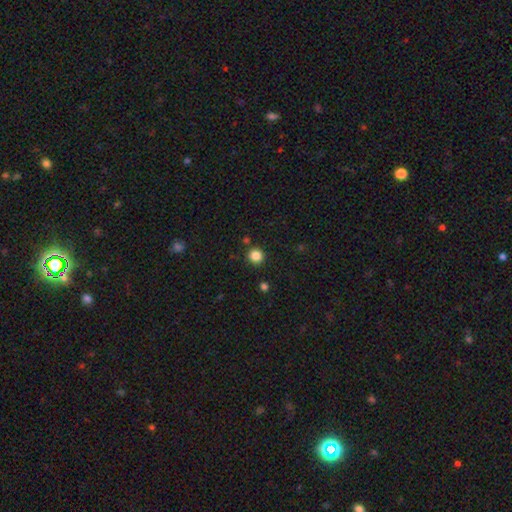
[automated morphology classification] smooth-or-featured: smooth: 85% | star or artifact: 12% | featured or disk: 4%
  how-rounded: round: 93% | in between: 6% | cigar-shaped: 1%
  merging: none: 90% | minor disturbance: 6% | merger: 3% | major disturbance: 2%